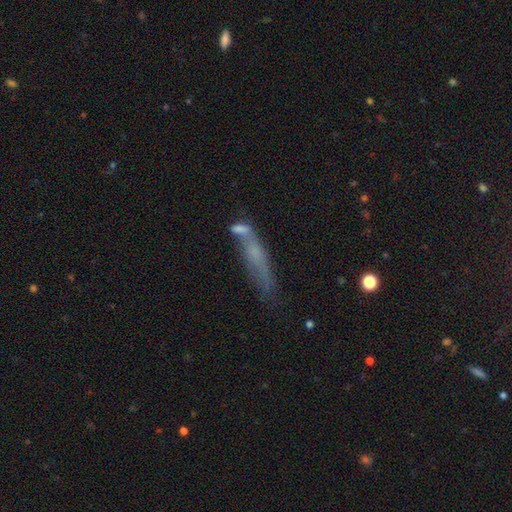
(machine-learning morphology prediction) A smooth galaxy with no disk features (52%) that is cigar-shaped (76%). Merging: none (34%).